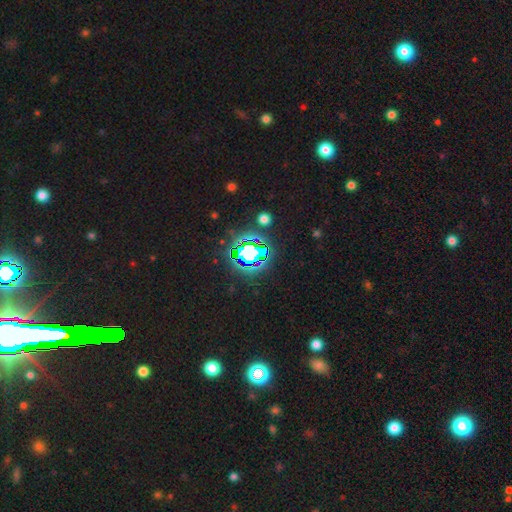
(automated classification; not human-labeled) This appears to be a star or artifact, not a galaxy (80%).